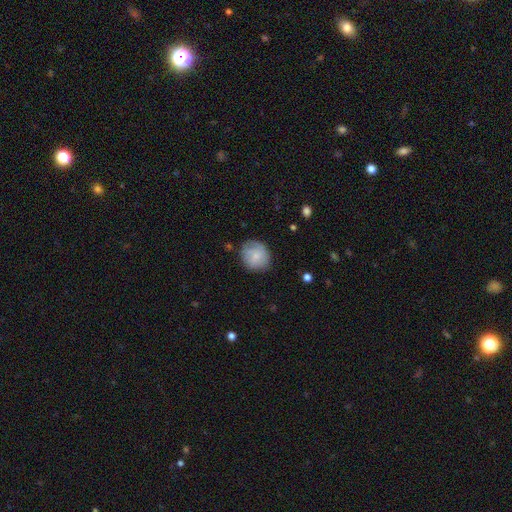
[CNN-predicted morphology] A smooth galaxy with no disk features (74%) that is round (81%).

Vote fractions:
- Smooth or featured? smooth: 74% / featured or disk: 19% / star or artifact: 7%
- How rounded? round: 81% / in between: 18% / cigar-shaped: 1%
- Merging? none: 74% / minor disturbance: 19% / major disturbance: 5% / merger: 1%